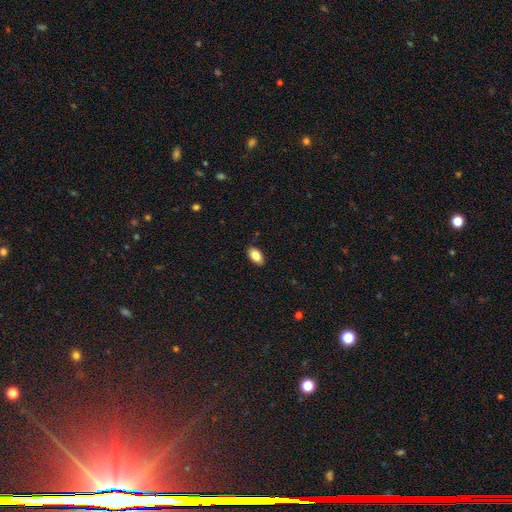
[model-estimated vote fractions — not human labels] This appears to be a smooth galaxy with no disk features (87%) that is in between round and cigar-shaped (93%). Merging: none (87%).